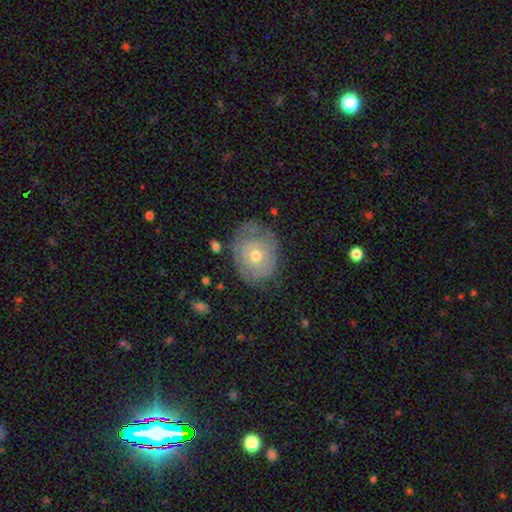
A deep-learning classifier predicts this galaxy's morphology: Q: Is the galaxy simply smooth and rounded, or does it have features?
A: featured or disk — 58%.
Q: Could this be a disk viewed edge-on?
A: no — 96%.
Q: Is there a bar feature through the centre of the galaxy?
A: no — 86%.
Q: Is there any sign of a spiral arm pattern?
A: yes — 60%.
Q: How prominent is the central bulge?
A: moderate — 61%.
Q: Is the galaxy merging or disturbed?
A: none — 60%.